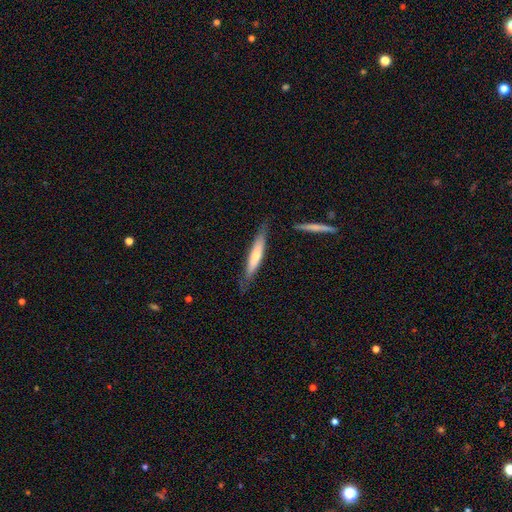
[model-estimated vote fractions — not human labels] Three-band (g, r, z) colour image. It shows a smooth galaxy with no disk features (58%) that is cigar-shaped (89%). Merging: none (77%).